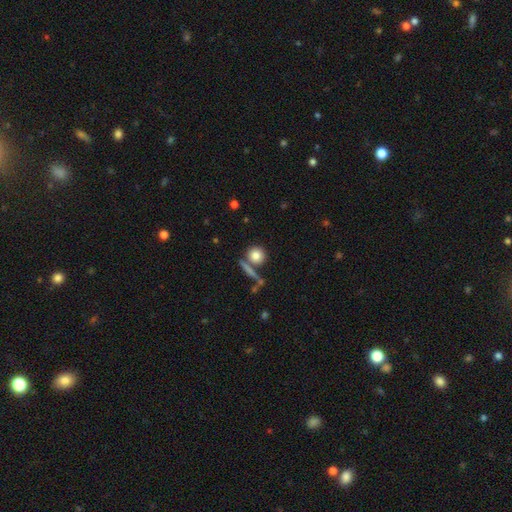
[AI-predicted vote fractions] Smooth or featured?
  - smooth: 81% *
  - featured or disk: 10%
  - star or artifact: 9%
How rounded?
  - round: 87% *
  - in between: 10%
  - cigar-shaped: 3%
Merging?
  - none: 69% *
  - merger: 17%
  - minor disturbance: 10%
  - major disturbance: 5%